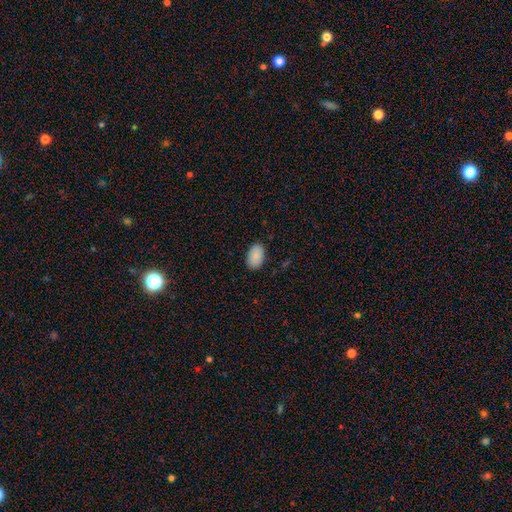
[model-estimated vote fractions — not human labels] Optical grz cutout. It shows a smooth galaxy with no disk features (89%) that is in between round and cigar-shaped (92%). Merging: none (87%).